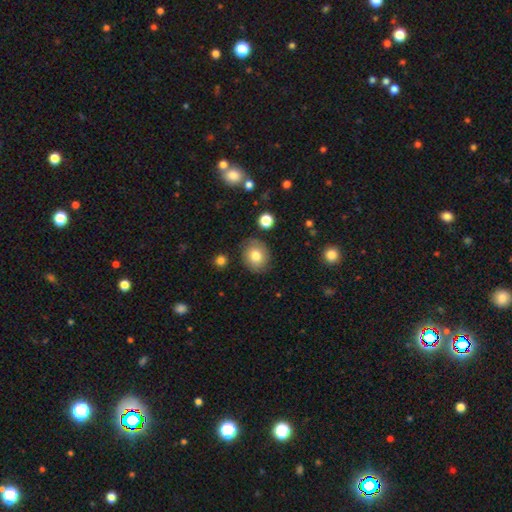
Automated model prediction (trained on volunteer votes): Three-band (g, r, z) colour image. It shows a smooth galaxy with no disk features (75%) that is round (67%). Merging: none (83%).